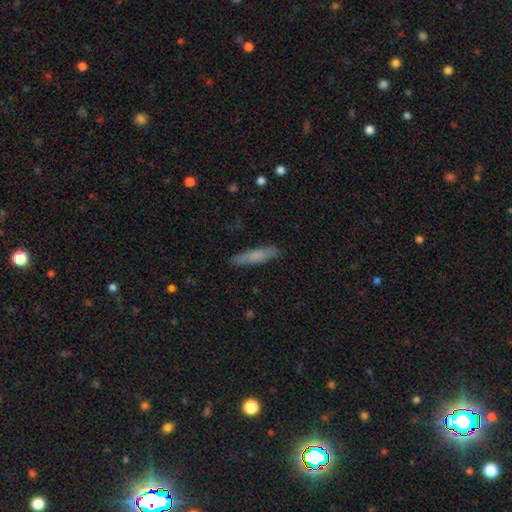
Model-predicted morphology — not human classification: Q: Smooth or featured?
A: smooth (75%); runner-up: featured or disk (18%)
Q: How rounded?
A: cigar-shaped (83%); runner-up: in between (15%)
Q: Merging?
A: none (87%); runner-up: minor disturbance (10%)